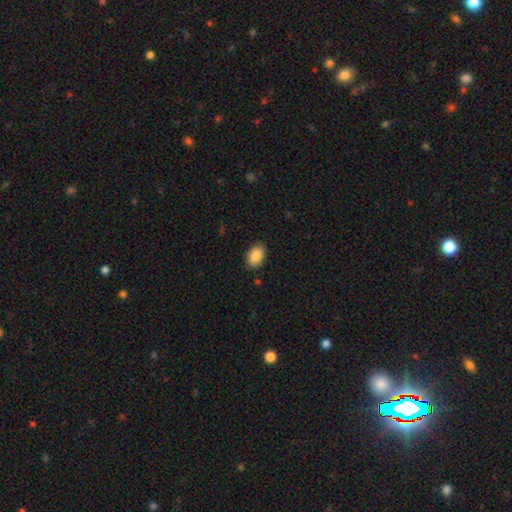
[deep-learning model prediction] Smooth or featured? Predicted: smooth (p=0.87). How rounded? Predicted: in between (p=0.89). Merging? Predicted: none (p=0.87).